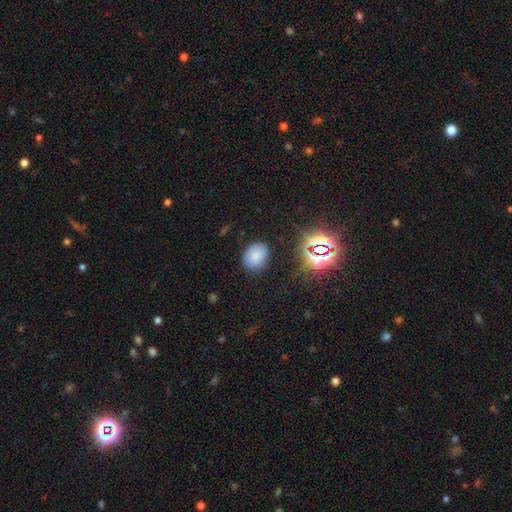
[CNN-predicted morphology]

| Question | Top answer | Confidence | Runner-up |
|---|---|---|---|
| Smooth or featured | smooth | 76% | star or artifact (17%) |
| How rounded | in between | 58% | round (41%) |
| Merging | none | 81% | minor disturbance (14%) |